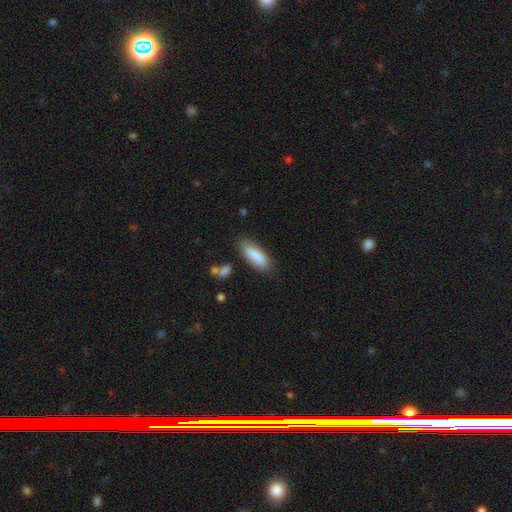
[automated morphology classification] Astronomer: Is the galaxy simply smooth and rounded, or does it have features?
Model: smooth — 87%.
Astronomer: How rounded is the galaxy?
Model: in between — 64%.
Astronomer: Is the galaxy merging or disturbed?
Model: none — 77%.